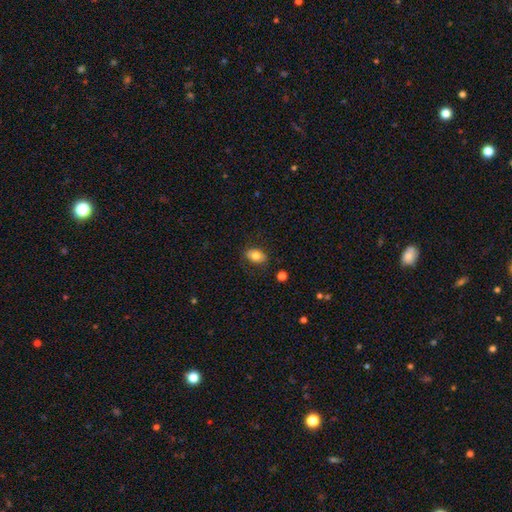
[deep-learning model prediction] Morphology: type=smooth (75%); roundness=in between (79%); merging=none (79%).